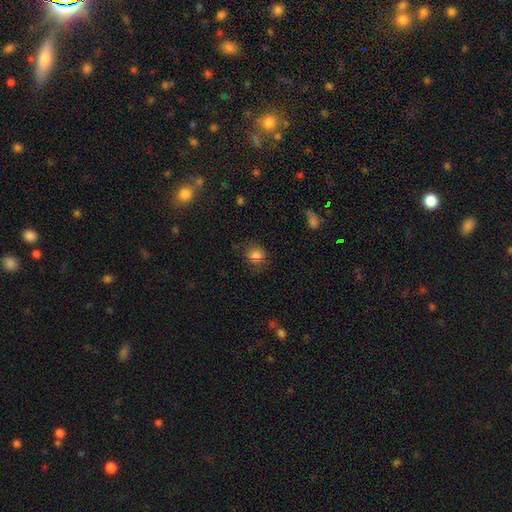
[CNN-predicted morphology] A smooth galaxy with no disk features (81%) that is round (71%).

Vote fractions:
- Smooth or featured? smooth: 81% / star or artifact: 12% / featured or disk: 6%
- How rounded? round: 71% / in between: 28% / cigar-shaped: 1%
- Merging? none: 76% / minor disturbance: 17% / major disturbance: 6% / merger: 2%